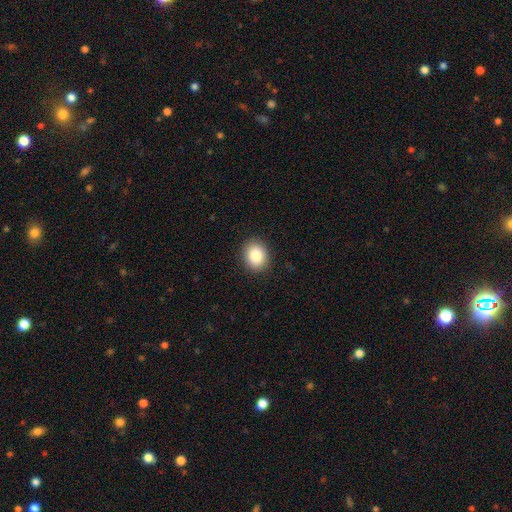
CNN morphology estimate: smooth 86%, star or artifact 8%, featured or disk 5%. Down the decision tree: how rounded — round (56%); merging — none (90%).